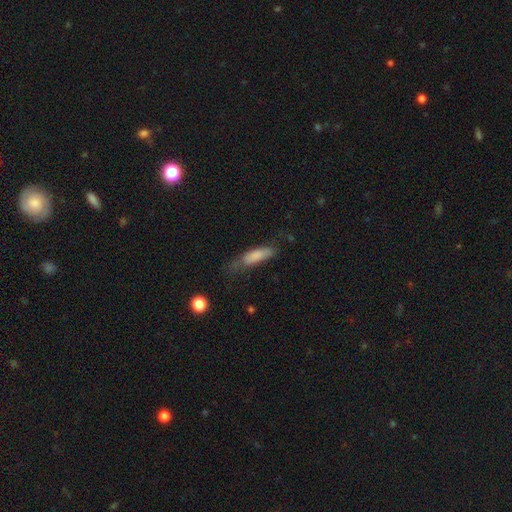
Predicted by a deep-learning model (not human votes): Smooth or featured? Predicted: smooth (p=0.78). How rounded? Predicted: cigar-shaped (p=0.52). Merging? Predicted: none (p=0.48).